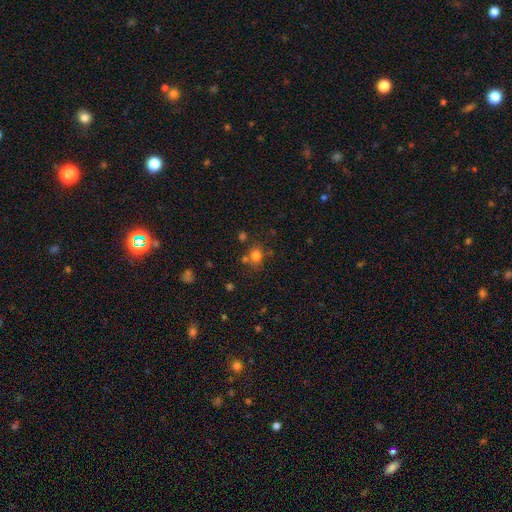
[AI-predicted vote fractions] Smooth or featured: smooth — 75% (star or artifact — 17%)
How rounded: round — 68% (in between — 31%)
Merging: none — 64% (merger — 17%)